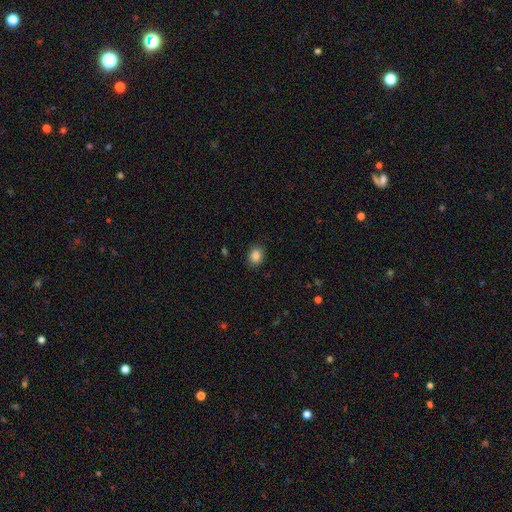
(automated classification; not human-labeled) This appears to be a smooth galaxy with no disk features (85%) that is round (54%). Merging: none (88%).